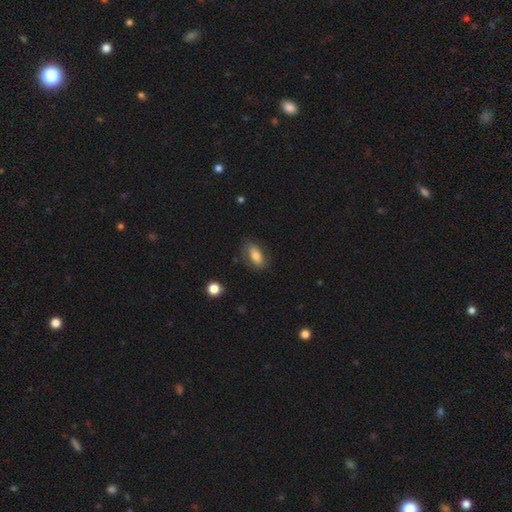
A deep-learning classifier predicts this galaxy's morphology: smooth 73%, featured or disk 20%, star or artifact 8%. Down the decision tree: how rounded — in between (87%); merging — none (73%).